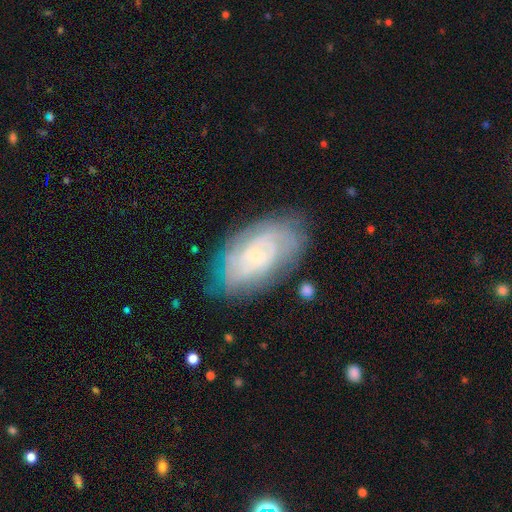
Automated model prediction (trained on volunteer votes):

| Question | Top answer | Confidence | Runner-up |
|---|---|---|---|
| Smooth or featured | featured or disk | 70% | smooth (22%) |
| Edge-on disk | no | 95% | yes (5%) |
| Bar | no | 55% | weak (37%) |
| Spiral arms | yes | 85% | no (15%) |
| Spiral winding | tight | 65% | medium (26%) |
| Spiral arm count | can't tell | 54% | 2 (21%) |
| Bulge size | small | 70% | moderate (15%) |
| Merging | none | 70% | minor disturbance (20%) |